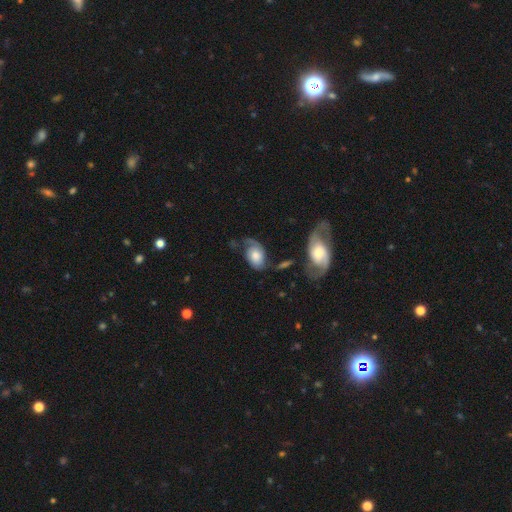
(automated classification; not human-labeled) featured or disk 52%, smooth 41%, star or artifact 7%. Down the decision tree: edge-on disk — no (95%); merging — none (41%).